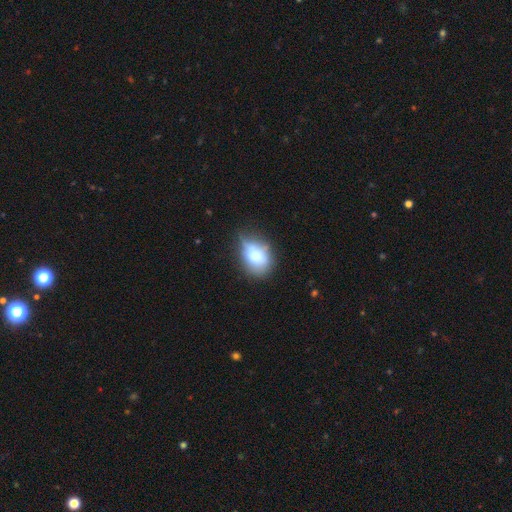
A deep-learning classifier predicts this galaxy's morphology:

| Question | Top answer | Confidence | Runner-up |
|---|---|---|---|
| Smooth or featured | smooth | 75% | featured or disk (17%) |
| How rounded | in between | 68% | round (30%) |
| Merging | none | 44% | minor disturbance (40%) |